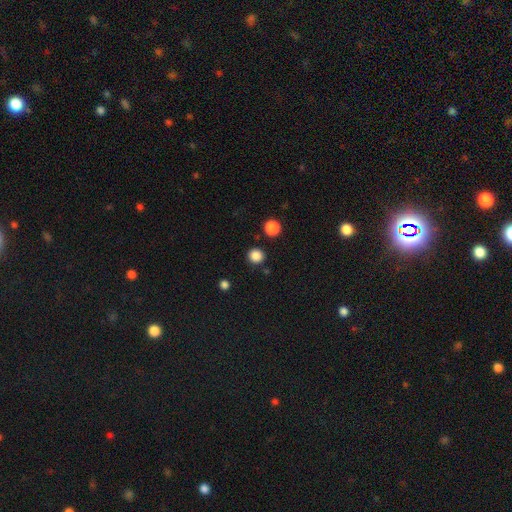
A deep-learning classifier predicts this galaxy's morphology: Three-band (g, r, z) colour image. It shows a smooth galaxy with no disk features (86%) that is round (93%). Merging: none (89%).